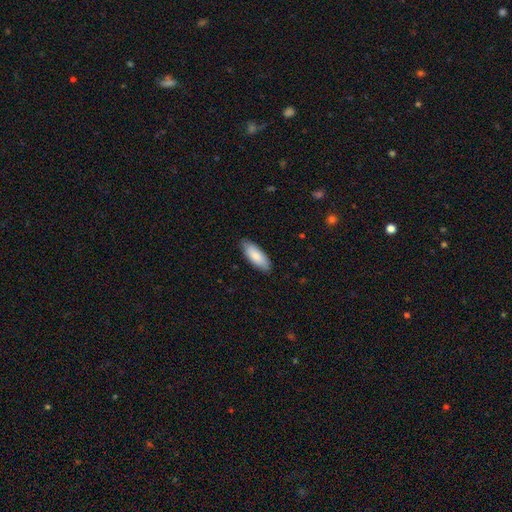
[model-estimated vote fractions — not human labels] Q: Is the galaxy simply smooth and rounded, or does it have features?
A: smooth — 84%.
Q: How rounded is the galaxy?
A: in between — 75%.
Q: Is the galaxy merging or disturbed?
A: none — 85%.